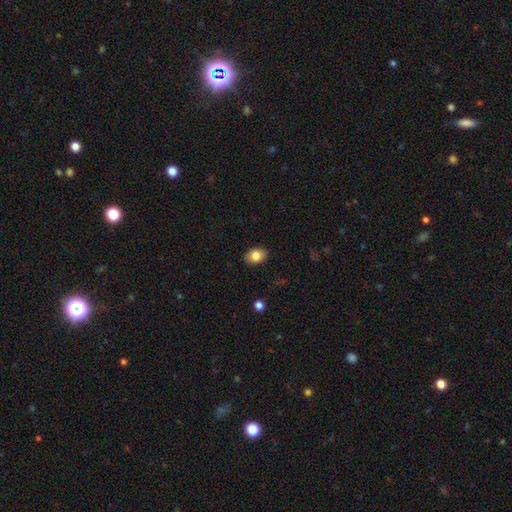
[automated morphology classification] This is clearly a smooth galaxy (82%). How rounded: likely in between (76%). Merging: clearly none (88%).